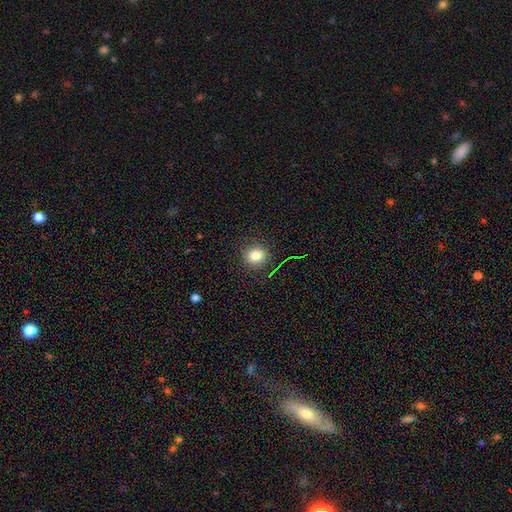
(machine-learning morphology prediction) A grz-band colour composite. It shows a smooth galaxy with no disk features (79%) that is round (81%). Merging: none (89%).